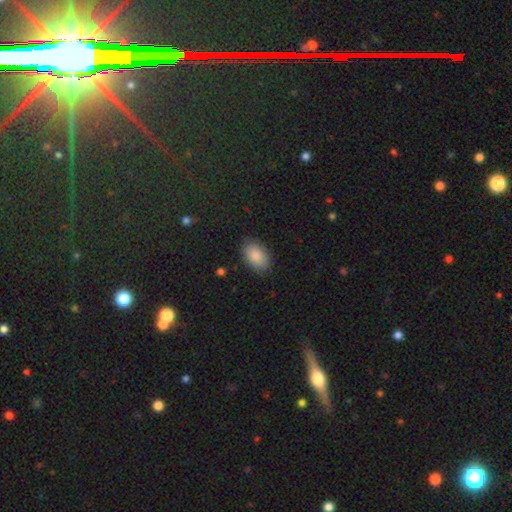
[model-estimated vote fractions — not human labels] A smooth galaxy with no disk features (88%) that is in between round and cigar-shaped (92%).

Vote fractions:
- Smooth or featured? smooth: 88% / star or artifact: 7% / featured or disk: 5%
- How rounded? in between: 92% / round: 6% / cigar-shaped: 1%
- Merging? none: 86% / minor disturbance: 10% / major disturbance: 3% / merger: 1%